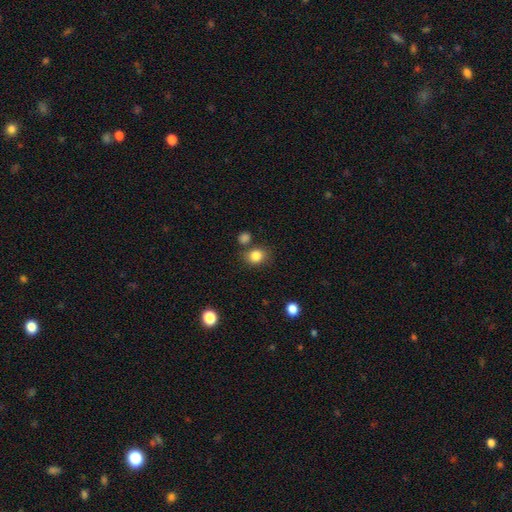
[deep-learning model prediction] Smooth or featured?
  - smooth: 84% *
  - star or artifact: 10%
  - featured or disk: 5%
How rounded?
  - round: 68% *
  - in between: 31%
  - cigar-shaped: 1%
Merging?
  - none: 72% *
  - minor disturbance: 12%
  - merger: 11%
  - major disturbance: 4%